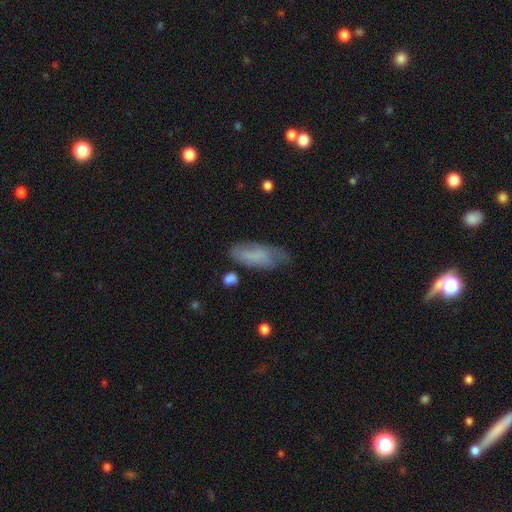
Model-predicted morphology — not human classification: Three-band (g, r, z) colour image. It shows a smooth galaxy with no disk features (70%) that is in between round and cigar-shaped (71%). Merging: none (59%).